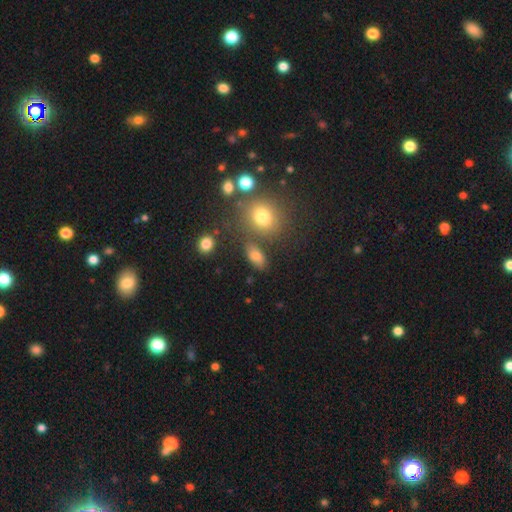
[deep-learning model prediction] Smooth or featured: smooth — 78% (star or artifact — 13%)
How rounded: in between — 80% (round — 15%)
Merging: none — 73% (minor disturbance — 13%)